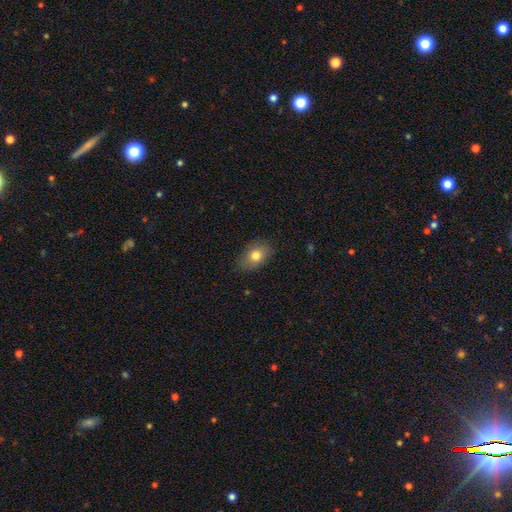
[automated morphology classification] Overall: smooth (78%). How rounded: in between (79%). Merging: none (82%).